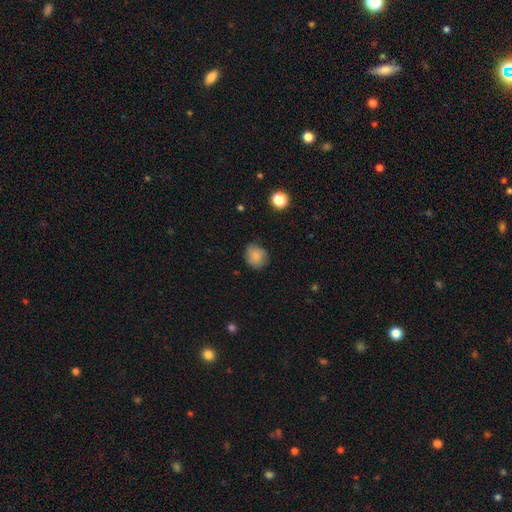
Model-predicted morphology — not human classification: This appears to be a smooth galaxy with no disk features (83%) that is round (78%). Merging: none (79%).